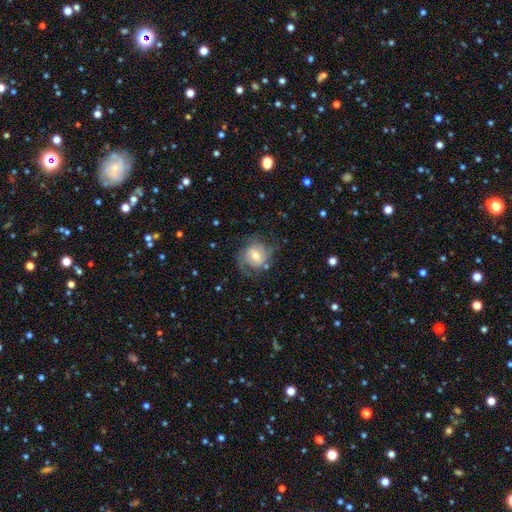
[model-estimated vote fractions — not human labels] Smooth or featured? Predicted: featured or disk (p=0.53). Edge-on disk? Predicted: no (p=0.96). Bar? Predicted: no (p=0.54). Spiral arms? Predicted: yes (p=0.74). Bulge size? Predicted: moderate (p=0.69). Merging? Predicted: none (p=0.60).